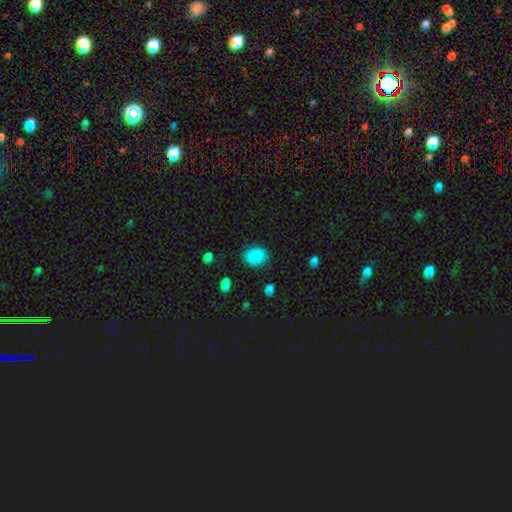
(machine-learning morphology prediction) This appears to be a smooth galaxy with no disk features (87%) that is in between round and cigar-shaped (62%). Merging: none (75%).